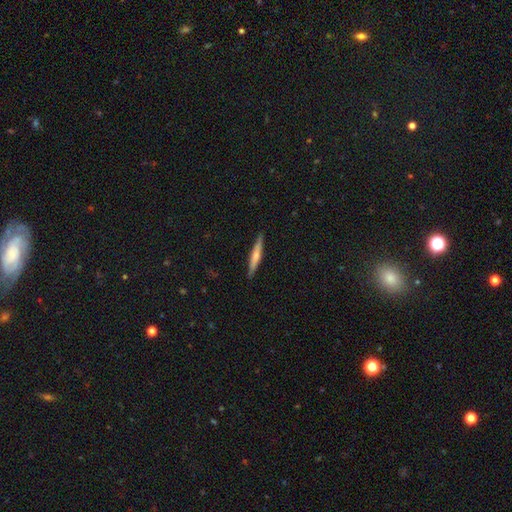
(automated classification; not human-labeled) Smooth or featured? featured or disk (49%)
Merging? none (90%)